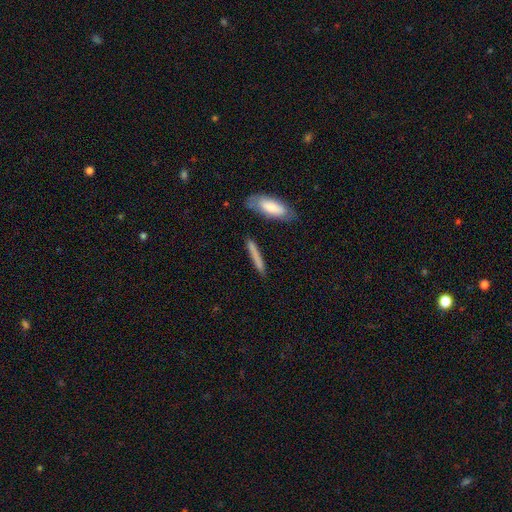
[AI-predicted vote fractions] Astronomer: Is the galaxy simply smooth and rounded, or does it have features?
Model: smooth — 70%.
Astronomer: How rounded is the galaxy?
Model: cigar-shaped — 91%.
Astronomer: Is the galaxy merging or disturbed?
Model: none — 81%.